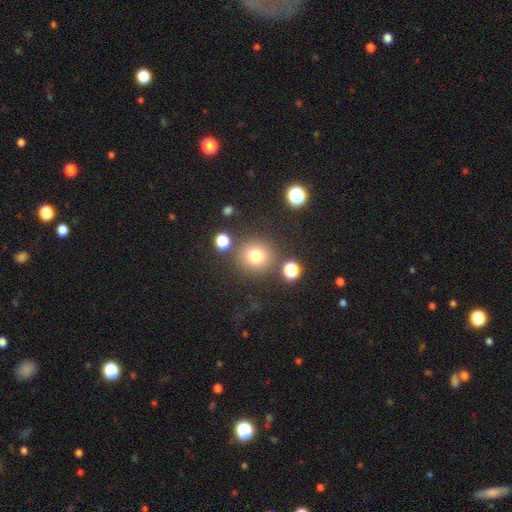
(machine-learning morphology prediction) Q: Smooth or featured?
A: smooth (75%); runner-up: star or artifact (16%)
Q: How rounded?
A: round (92%); runner-up: in between (7%)
Q: Merging?
A: none (82%); runner-up: minor disturbance (8%)